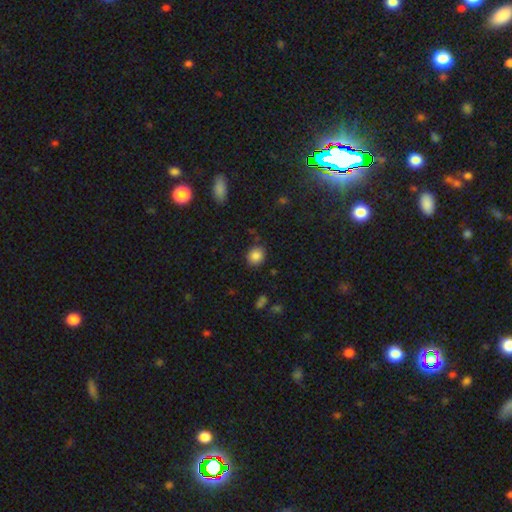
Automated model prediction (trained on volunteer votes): A smooth galaxy with no disk features (86%) that is round (74%).

Vote fractions:
- Smooth or featured? smooth: 86% / star or artifact: 10% / featured or disk: 4%
- How rounded? round: 74% / in between: 25% / cigar-shaped: 1%
- Merging? none: 83% / minor disturbance: 11% / major disturbance: 3% / merger: 2%